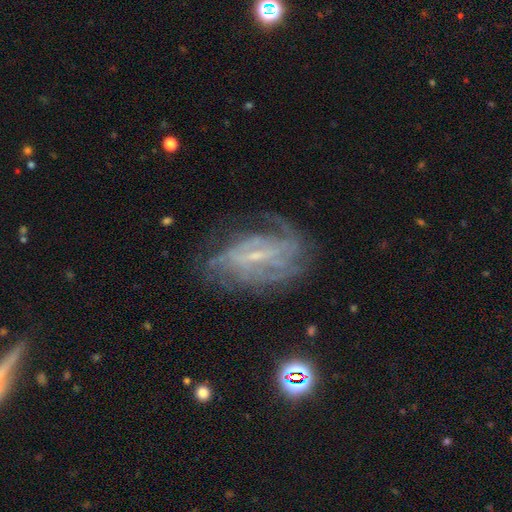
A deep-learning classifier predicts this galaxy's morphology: Smooth or featured? featured or disk (79%)
Edge-on disk? no (94%)
Bar? weak (49%)
Spiral arms? yes (89%)
Spiral winding? tight (51%)
Spiral arm count? can't tell (44%)
Bulge size? small (69%)
Merging? none (61%)